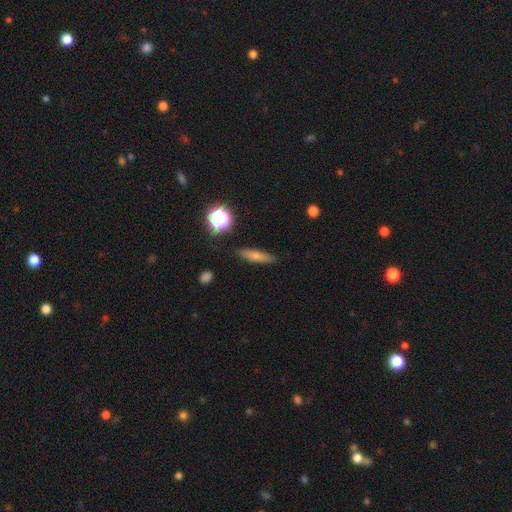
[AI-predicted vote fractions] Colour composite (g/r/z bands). It shows a smooth galaxy with no disk features (66%) that is cigar-shaped (76%). Merging: none (86%).